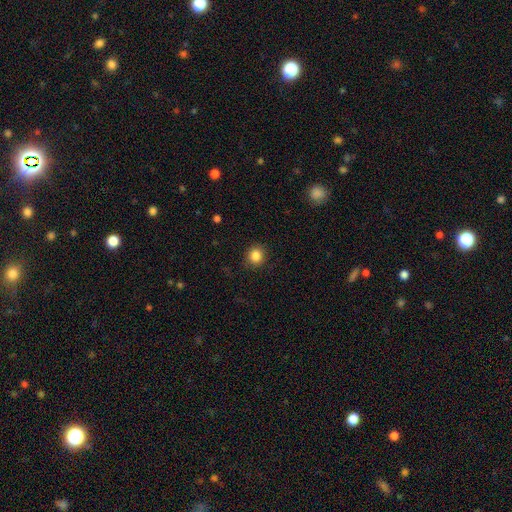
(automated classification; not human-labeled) Smooth or featured?
  - smooth: 86% *
  - star or artifact: 10%
  - featured or disk: 4%
How rounded?
  - round: 89% *
  - in between: 10%
  - cigar-shaped: 1%
Merging?
  - none: 89% *
  - minor disturbance: 8%
  - major disturbance: 2%
  - merger: 1%